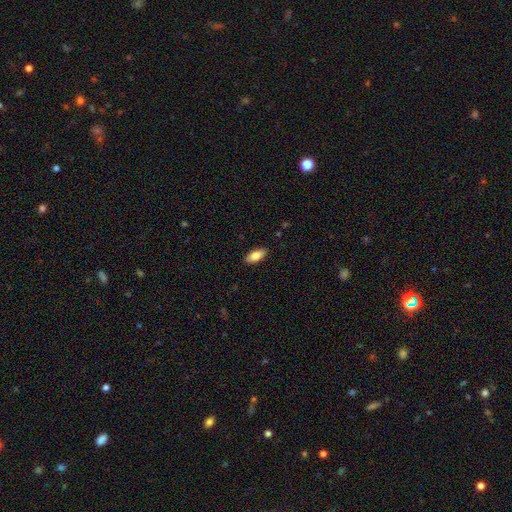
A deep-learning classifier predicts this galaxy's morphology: Smooth or featured? smooth (82%)
How rounded? in between (86%)
Merging? none (90%)